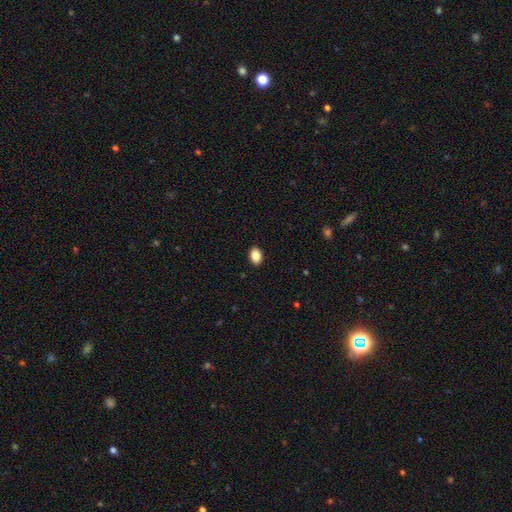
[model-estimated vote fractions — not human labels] Smooth or featured?
  - smooth: 87% *
  - star or artifact: 8%
  - featured or disk: 5%
How rounded?
  - in between: 79% *
  - round: 20%
  - cigar-shaped: 1%
Merging?
  - none: 91% *
  - minor disturbance: 7%
  - major disturbance: 2%
  - merger: 1%